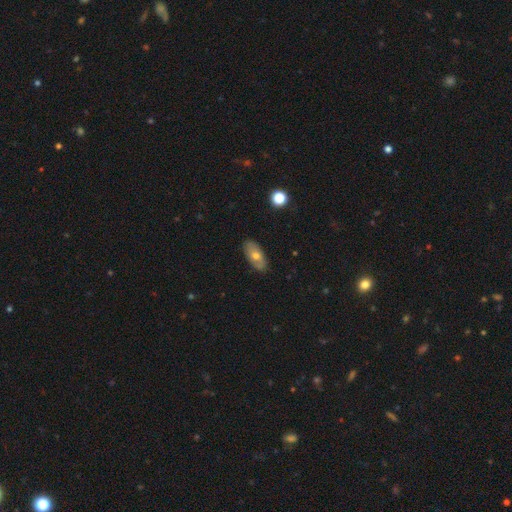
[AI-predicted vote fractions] Overall: smooth (59%; featured or disk 34%). How rounded: in between (89%). Merging: none (85%).